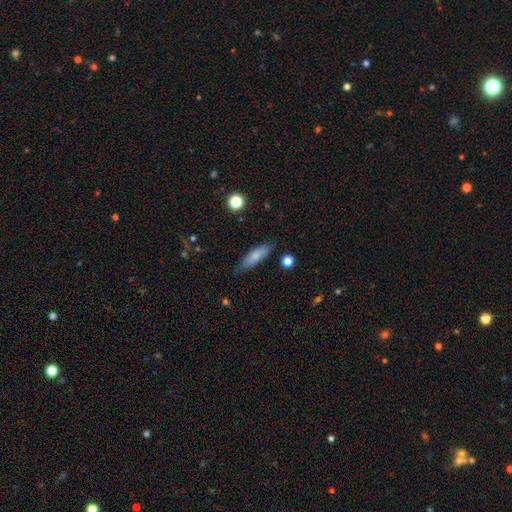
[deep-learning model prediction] Smooth or featured: smooth — 80% (featured or disk — 14%)
How rounded: cigar-shaped — 54% (in between — 44%)
Merging: none — 81% (minor disturbance — 15%)